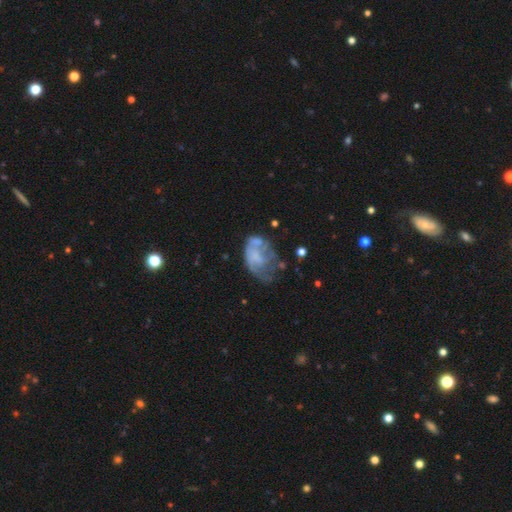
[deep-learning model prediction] Smooth or featured?
  - featured or disk: 56% *
  - smooth: 34%
  - star or artifact: 10%
Edge-on disk?
  - no: 98% *
  - yes: 2%
Bar?
  - no: 80% *
  - weak: 16%
  - strong: 3%
Spiral arms?
  - no: 69% *
  - yes: 31%
Bulge size?
  - none: 61% *
  - small: 19%
  - moderate: 15%
  - large: 4%
  - dominant: 1%
Merging?
  - major disturbance: 37% *
  - none: 27%
  - minor disturbance: 26%
  - merger: 10%